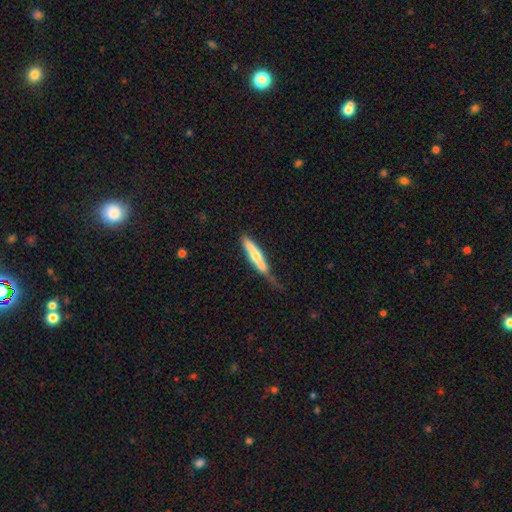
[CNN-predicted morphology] Overall: smooth (52%; featured or disk 43%). How rounded: cigar-shaped (90%). Merging: none (44%; minor disturbance 38%).